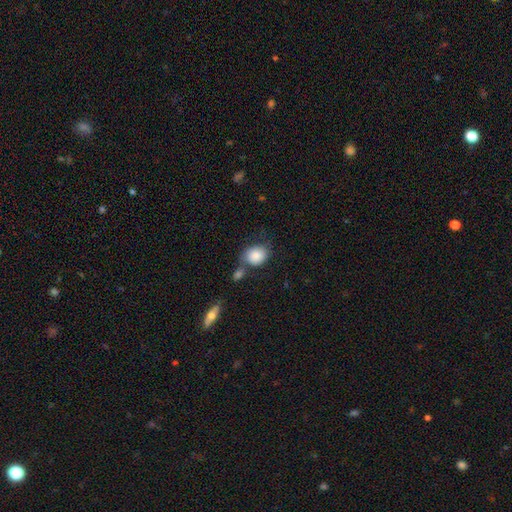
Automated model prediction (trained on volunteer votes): This is clearly a smooth galaxy (85%). How rounded: possibly round (51%). Merging: possibly none (51%).